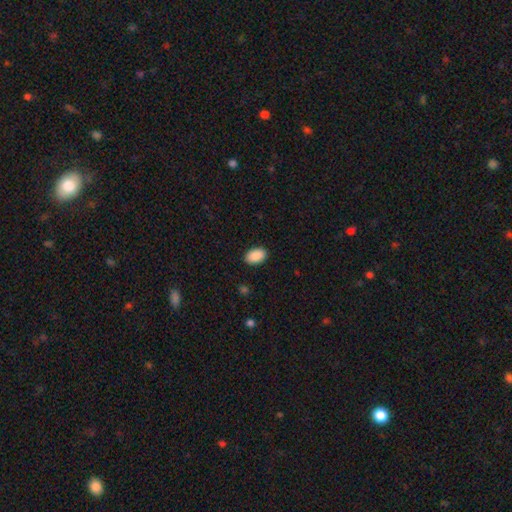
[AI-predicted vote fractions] Morphology: type=smooth (91%); roundness=in between (92%); merging=none (90%).